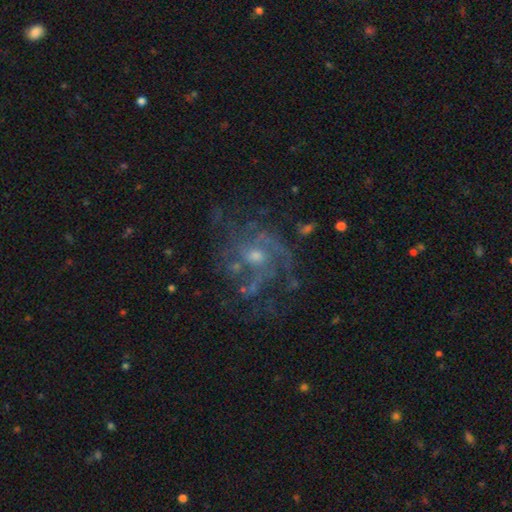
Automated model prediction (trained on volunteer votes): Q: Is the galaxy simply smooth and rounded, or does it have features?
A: featured or disk — 80%.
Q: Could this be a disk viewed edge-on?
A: no — 98%.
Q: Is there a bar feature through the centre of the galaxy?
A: no — 70%.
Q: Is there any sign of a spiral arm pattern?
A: yes — 89%.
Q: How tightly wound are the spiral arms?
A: medium — 46%.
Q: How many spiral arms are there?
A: can't tell — 31%.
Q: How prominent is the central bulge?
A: small — 48%.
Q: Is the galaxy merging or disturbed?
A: none — 62%.